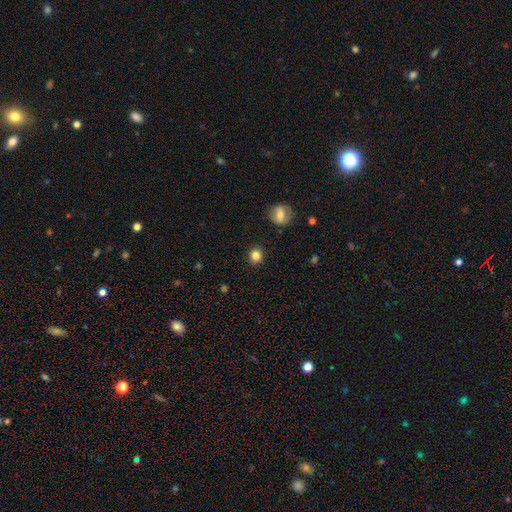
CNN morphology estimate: Smooth or featured? Predicted: smooth (p=0.83). How rounded? Predicted: round (p=0.89). Merging? Predicted: none (p=0.91).